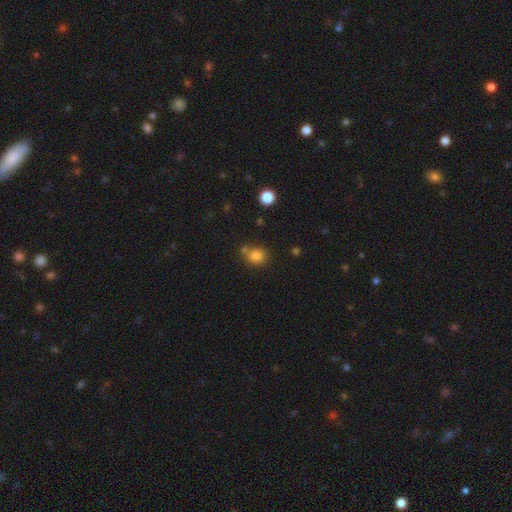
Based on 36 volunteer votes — This appears to be a smooth galaxy with no disk features (92%) that is round (79%). Merging: none (53%).